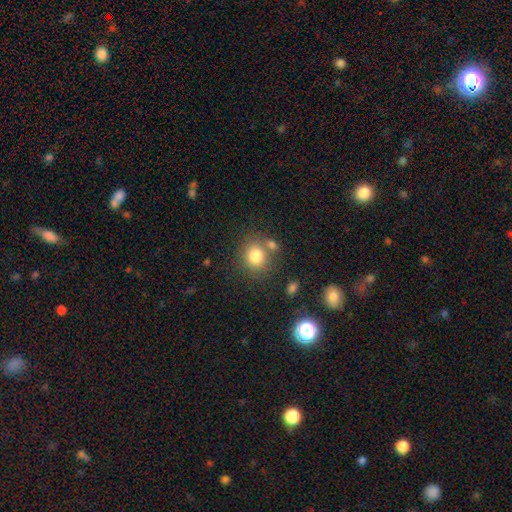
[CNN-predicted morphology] Smooth or featured? Predicted: smooth (p=0.80). How rounded? Predicted: round (p=0.76). Merging? Predicted: none (p=0.65).